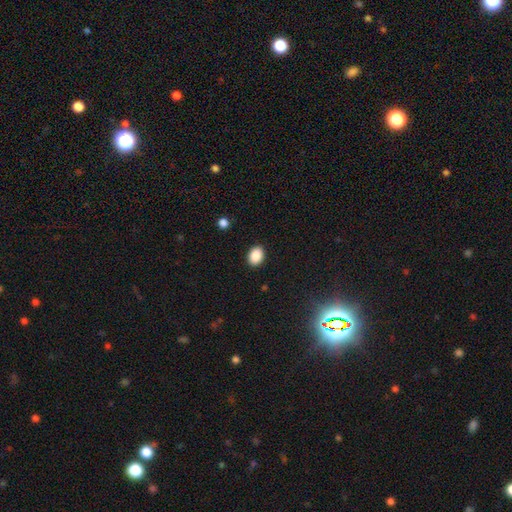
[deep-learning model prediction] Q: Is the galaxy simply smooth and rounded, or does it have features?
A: smooth — 89%.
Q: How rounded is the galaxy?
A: in between — 72%.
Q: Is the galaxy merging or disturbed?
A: none — 89%.